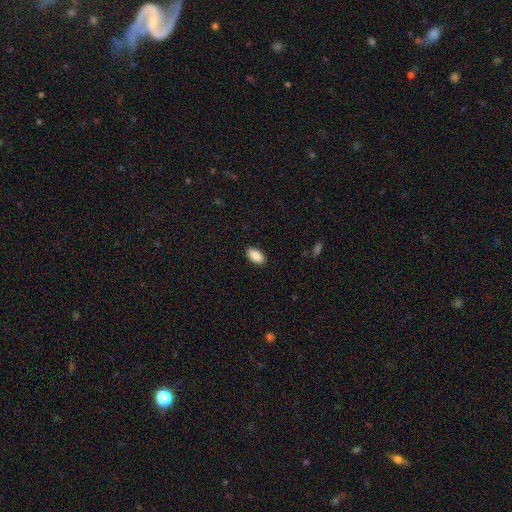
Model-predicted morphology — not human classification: type=smooth (90%); roundness=in between (94%); merging=none (89%).